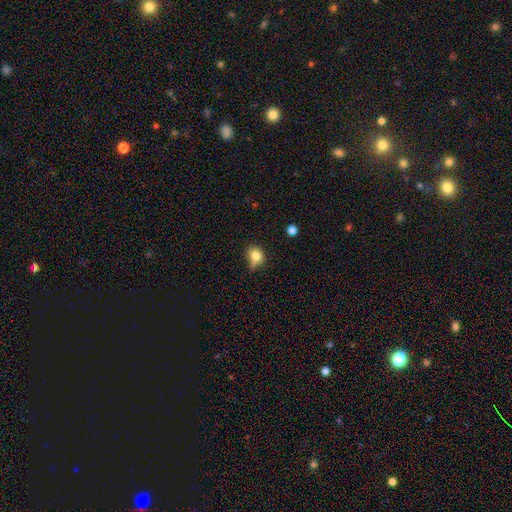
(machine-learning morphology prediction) type=smooth (80%); roundness=round (68%); merging=none (48%).